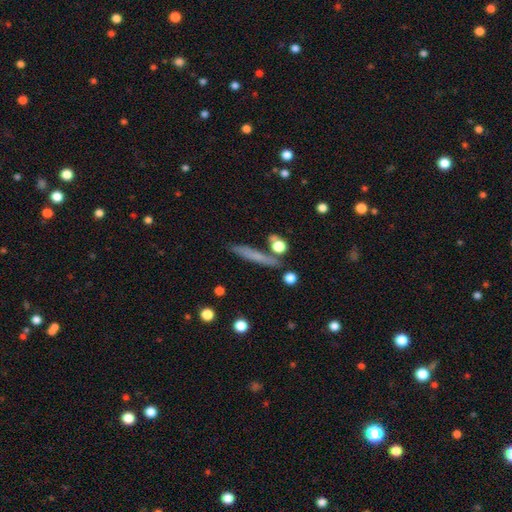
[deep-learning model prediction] Overall: smooth (59%; featured or disk 31%). How rounded: cigar-shaped (88%). Merging: none (78%).